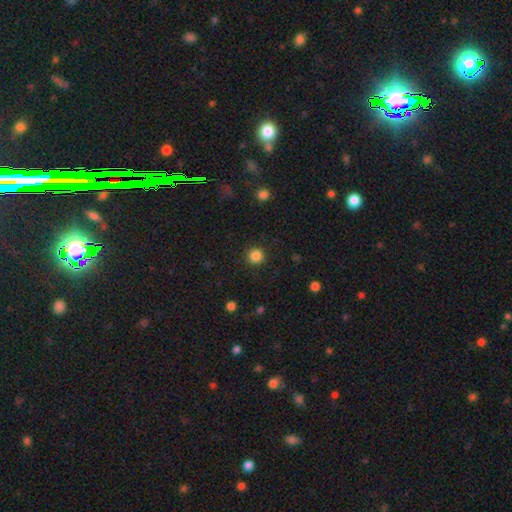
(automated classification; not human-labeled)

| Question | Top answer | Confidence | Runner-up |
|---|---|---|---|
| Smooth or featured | smooth | 85% | star or artifact (11%) |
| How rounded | round | 95% | in between (4%) |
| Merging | none | 91% | minor disturbance (6%) |